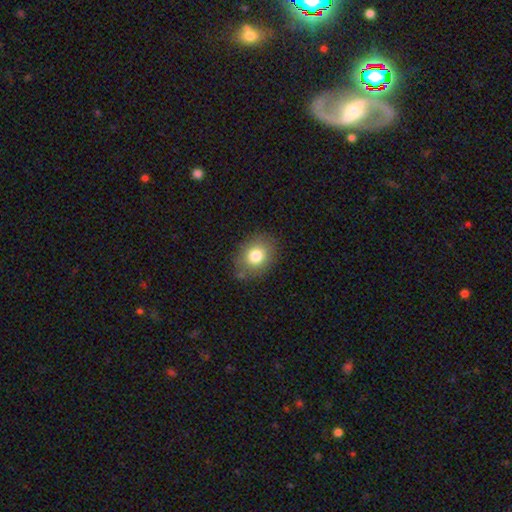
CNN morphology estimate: This appears to be a smooth galaxy with no disk features (79%) that is round (53%). Merging: none (81%).